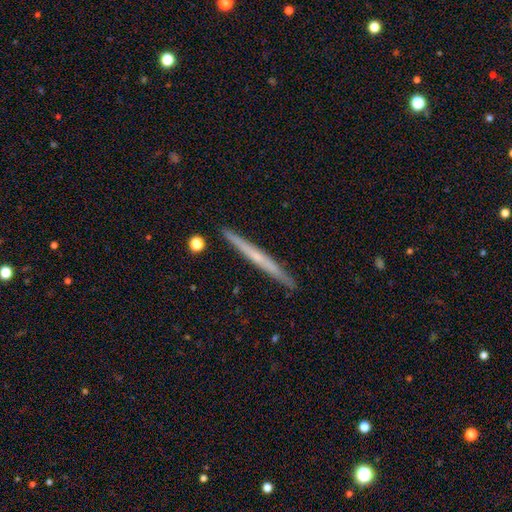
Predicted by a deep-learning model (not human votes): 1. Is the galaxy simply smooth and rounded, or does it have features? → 59% featured or disk, 35% smooth, 6% star or artifact.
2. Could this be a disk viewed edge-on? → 98% yes, 2% no.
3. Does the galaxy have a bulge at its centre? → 66% none, 30% rounded, 4% boxy.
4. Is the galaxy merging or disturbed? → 91% none, 6% minor disturbance, 1% merger, 1% major disturbance.